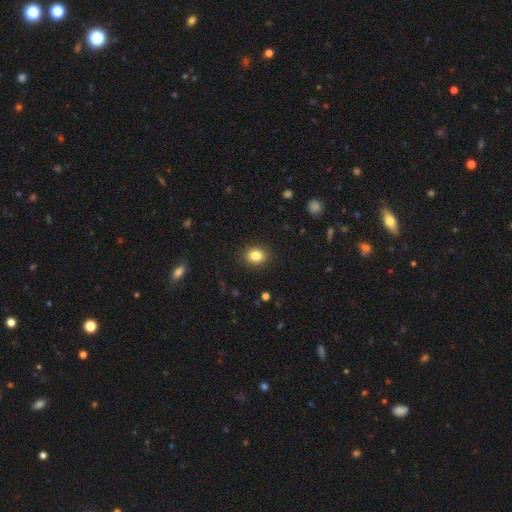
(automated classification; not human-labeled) Smooth or featured? smooth (84%)
How rounded? round (53%)
Merging? none (89%)